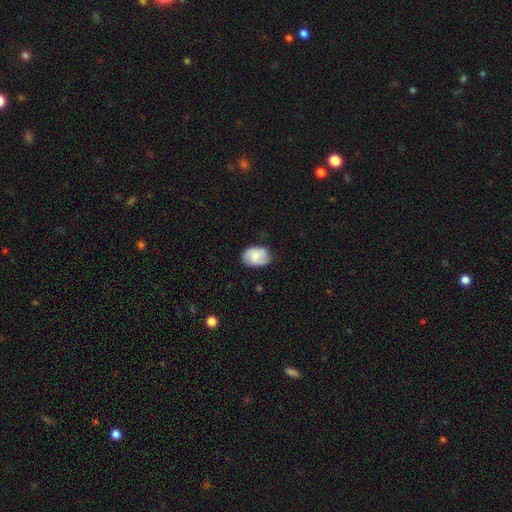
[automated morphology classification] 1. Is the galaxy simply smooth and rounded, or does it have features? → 55% smooth, 37% featured or disk, 8% star or artifact.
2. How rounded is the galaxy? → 74% in between, 24% round, 1% cigar-shaped.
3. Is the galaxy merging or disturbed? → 71% none, 22% minor disturbance, 6% major disturbance, 1% merger.